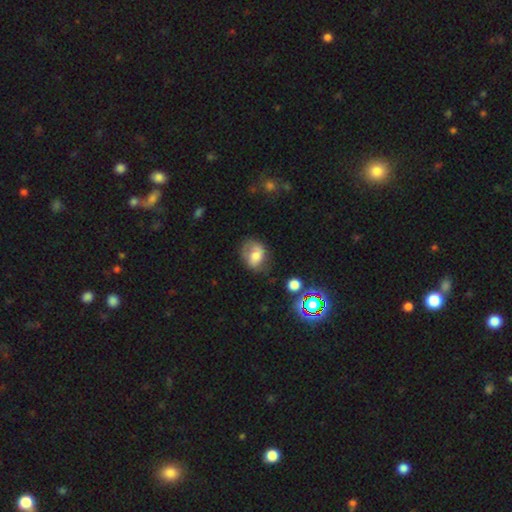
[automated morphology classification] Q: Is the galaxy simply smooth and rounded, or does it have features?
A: smooth — 62%.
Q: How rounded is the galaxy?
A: in between — 59%.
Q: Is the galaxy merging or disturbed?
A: none — 53%.